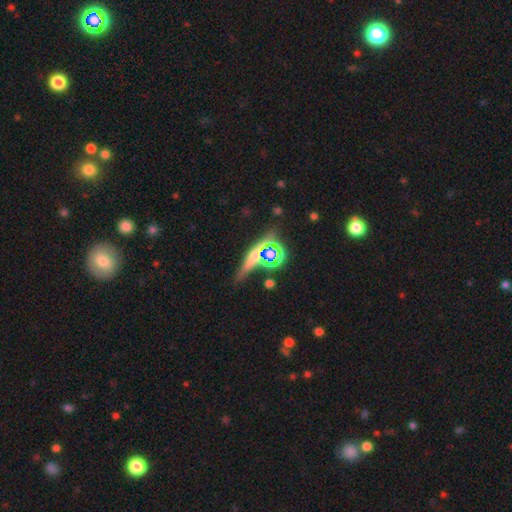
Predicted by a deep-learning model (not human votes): star or artifact 45%, smooth 34%, featured or disk 21%.